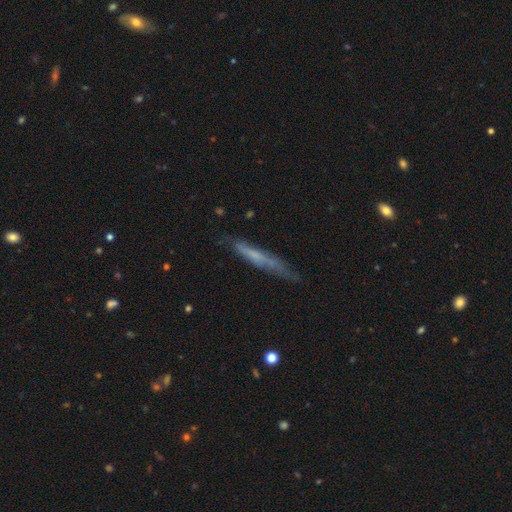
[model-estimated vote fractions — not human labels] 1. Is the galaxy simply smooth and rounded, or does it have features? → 47% smooth, 45% featured or disk, 8% star or artifact.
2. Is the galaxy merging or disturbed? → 65% none, 25% minor disturbance, 8% major disturbance, 3% merger.